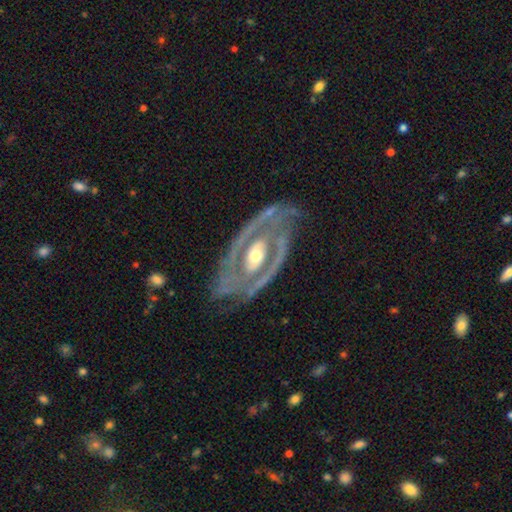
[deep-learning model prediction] smooth-or-featured: featured or disk: 88% | smooth: 7% | star or artifact: 4%
  disk-edge-on: no: 94% | yes: 6%
    bar: no: 54% | weak: 26% | strong: 21%
    has-spiral-arms: yes: 83% | no: 17%
      spiral-winding: tight: 52% | medium: 35% | loose: 14%
      spiral-arm-count: 2: 72% | can't tell: 13% | 3: 5% | 1: 5% | 4: 3% | more than 4: 3%
    bulge-size: moderate: 66% | small: 24% | large: 8% | dominant: 1% | none: 1%
  merging: none: 65% | minor disturbance: 21% | major disturbance: 12% | merger: 2%